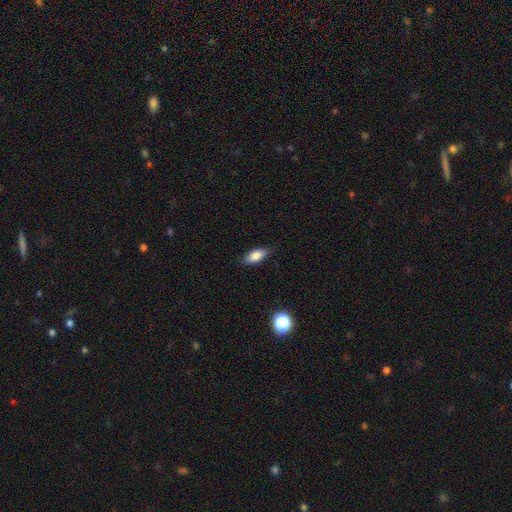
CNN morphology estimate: Smooth or featured?
  - smooth: 82% *
  - featured or disk: 10%
  - star or artifact: 8%
How rounded?
  - in between: 84% *
  - cigar-shaped: 12%
  - round: 4%
Merging?
  - none: 84% *
  - minor disturbance: 12%
  - major disturbance: 3%
  - merger: 1%